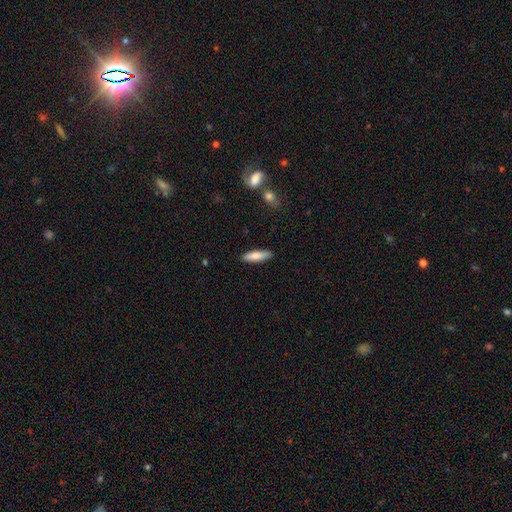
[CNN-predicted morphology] Smooth or featured? Predicted: smooth (p=0.80). How rounded? Predicted: cigar-shaped (p=0.63). Merging? Predicted: none (p=0.88).